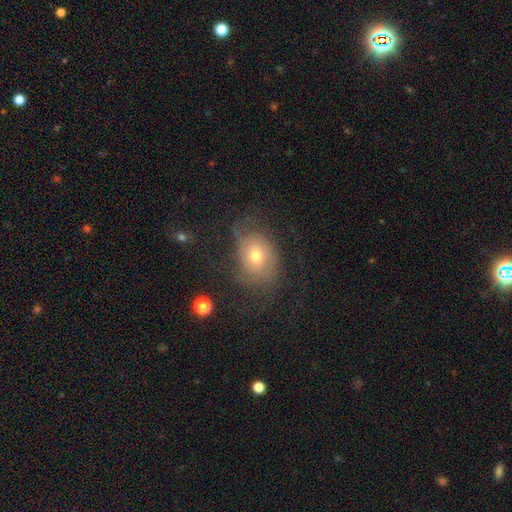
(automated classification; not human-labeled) A smooth galaxy with no disk features (50%) that is in between round and cigar-shaped (59%).

Vote fractions:
- Smooth or featured? smooth: 50% / featured or disk: 37% / star or artifact: 12%
- How rounded? in between: 59% / round: 40% / cigar-shaped: 1%
- Merging? none: 52% / minor disturbance: 24% / major disturbance: 22% / merger: 2%